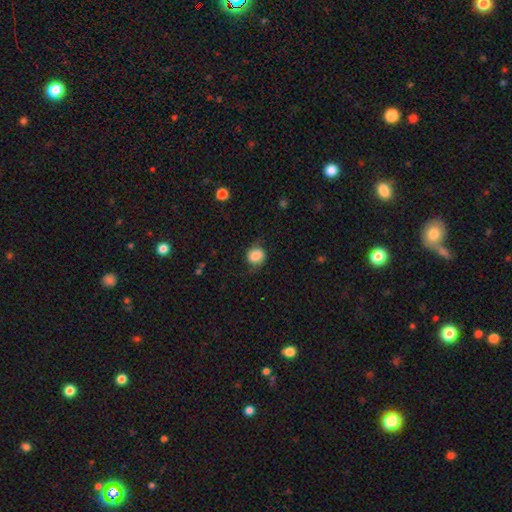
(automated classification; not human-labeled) smooth_or_featured: smooth (p=0.70) [alt: featured or disk p=0.21]
how_rounded: round (p=0.77) [alt: in between p=0.22]
merging: none (p=0.69) [alt: minor disturbance p=0.21]